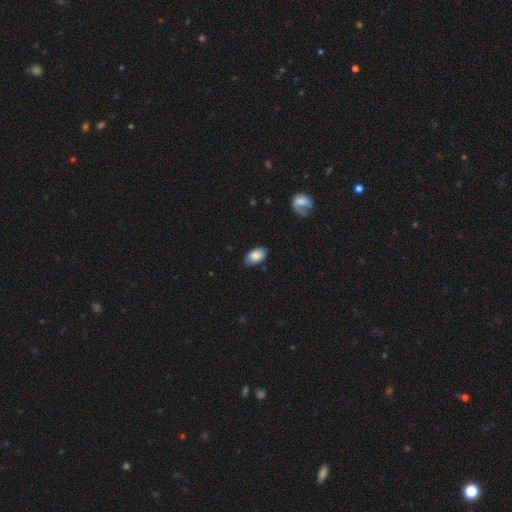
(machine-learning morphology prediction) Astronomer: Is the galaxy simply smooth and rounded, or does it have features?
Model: smooth — 86%.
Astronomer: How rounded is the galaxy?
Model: in between — 93%.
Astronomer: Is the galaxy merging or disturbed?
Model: none — 83%.